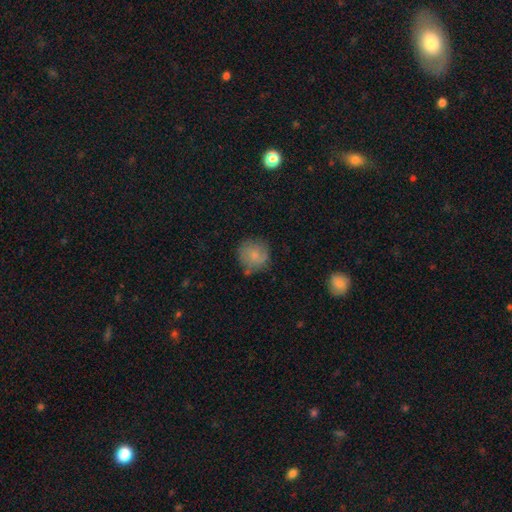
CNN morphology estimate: This is likely a smooth galaxy (75%). How rounded: clearly round (90%). Merging: likely none (68%).